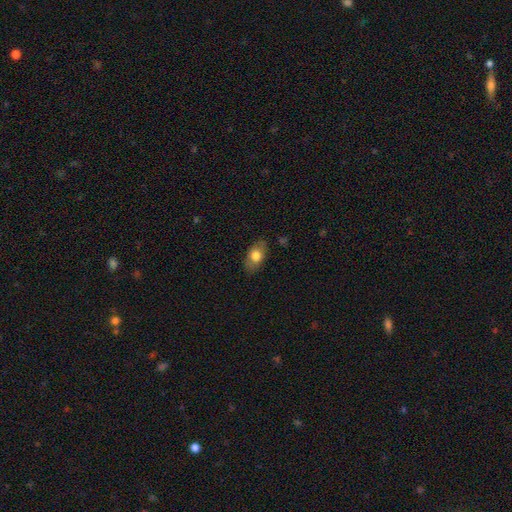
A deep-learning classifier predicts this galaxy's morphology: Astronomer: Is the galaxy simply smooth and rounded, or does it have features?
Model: smooth — 71%.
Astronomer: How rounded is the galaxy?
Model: in between — 89%.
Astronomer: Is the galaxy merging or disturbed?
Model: none — 82%.